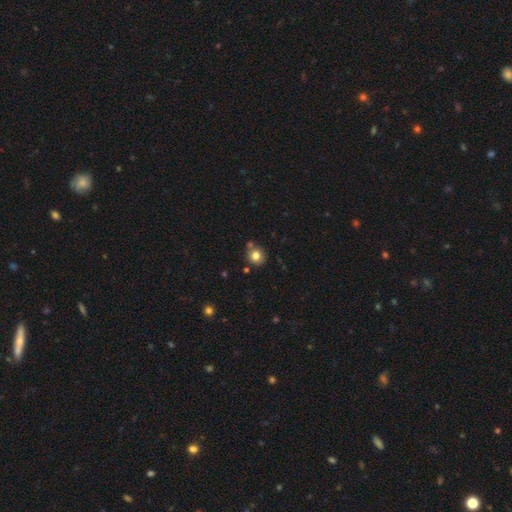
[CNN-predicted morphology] The model was most divided on "merging": none: 72%, minor disturbance: 13%, merger: 12%, major disturbance: 3%. More confident: how rounded — round (83%); smooth or featured — smooth (80%).